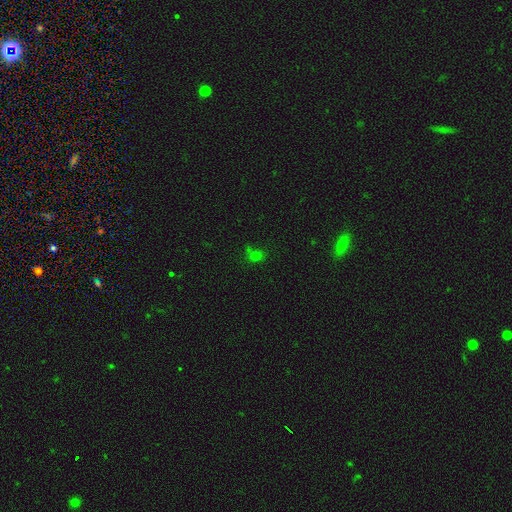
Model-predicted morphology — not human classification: A smooth galaxy with no disk features (63%) that is round (78%). Merging: none (63%).